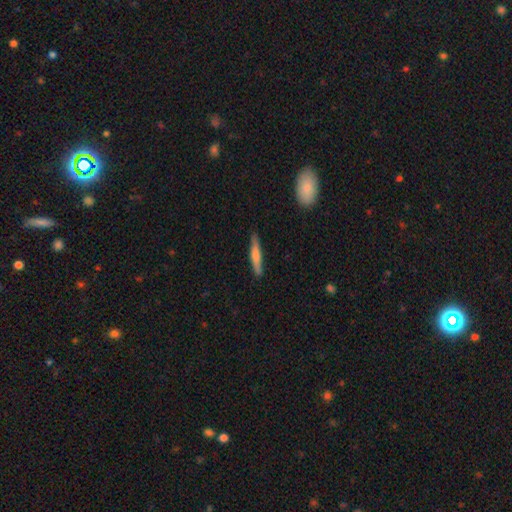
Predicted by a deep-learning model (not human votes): The model was most divided on "smooth or featured": smooth: 59%, featured or disk: 36%, star or artifact: 5%. More confident: how rounded — cigar-shaped (92%); merging — none (88%).